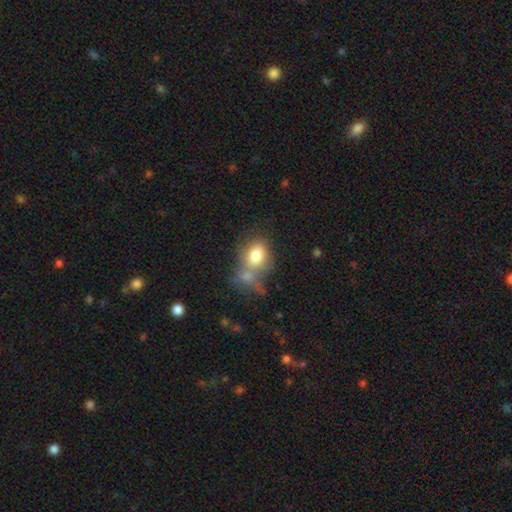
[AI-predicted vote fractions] Smooth or featured?
  - smooth: 78% *
  - featured or disk: 14%
  - star or artifact: 9%
How rounded?
  - in between: 66% *
  - round: 33%
  - cigar-shaped: 1%
Merging?
  - merger: 44% *
  - none: 33%
  - minor disturbance: 14%
  - major disturbance: 9%